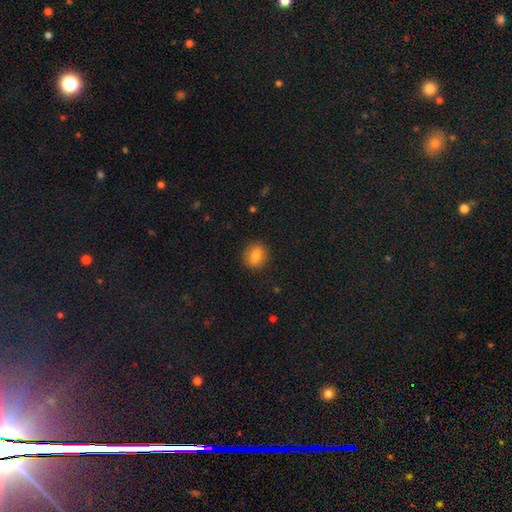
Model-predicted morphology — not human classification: A smooth galaxy with no disk features (78%) that is round (75%).

Vote fractions:
- Smooth or featured? smooth: 78% / featured or disk: 12% / star or artifact: 9%
- How rounded? round: 75% / in between: 24% / cigar-shaped: 1%
- Merging? none: 89% / minor disturbance: 8% / major disturbance: 2% / merger: 1%